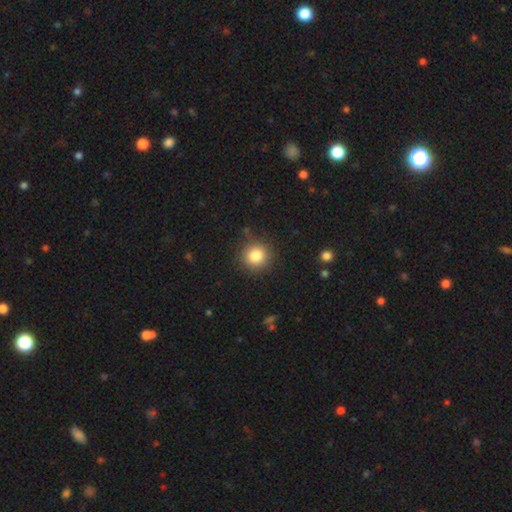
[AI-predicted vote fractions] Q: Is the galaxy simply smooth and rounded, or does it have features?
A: smooth — 83%.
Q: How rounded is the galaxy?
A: round — 93%.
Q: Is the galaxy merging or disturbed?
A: none — 88%.